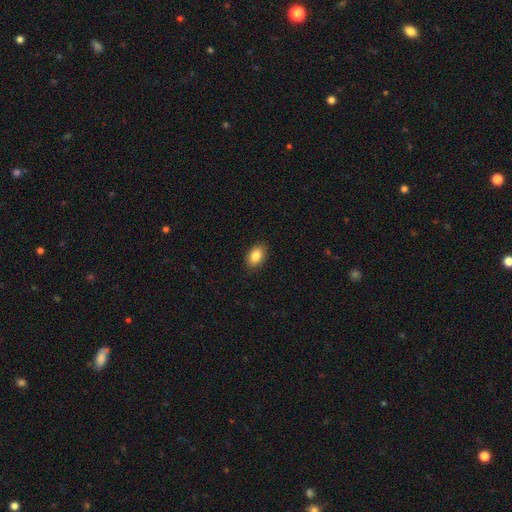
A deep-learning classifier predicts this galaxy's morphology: Overall: smooth (85%). How rounded: in between (84%). Merging: none (88%).